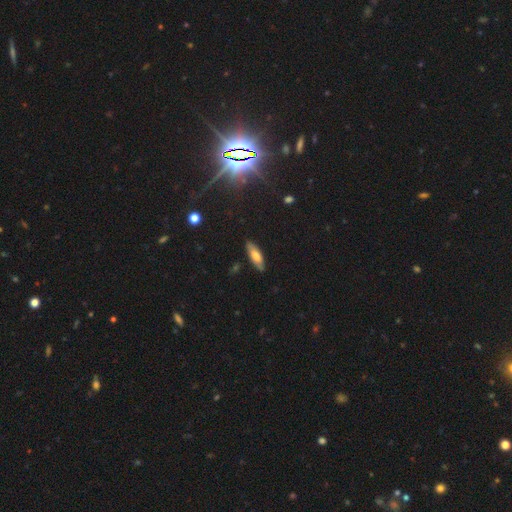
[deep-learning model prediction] Smooth or featured: smooth — 64% (featured or disk — 30%)
How rounded: in between — 55% (cigar-shaped — 43%)
Merging: none — 85% (minor disturbance — 12%)